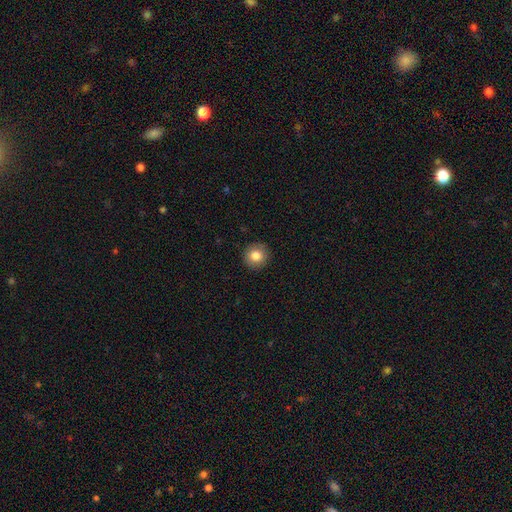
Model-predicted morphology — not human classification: smooth 82%, star or artifact 9%, featured or disk 8%. Down the decision tree: how rounded — round (94%); merging — none (91%).